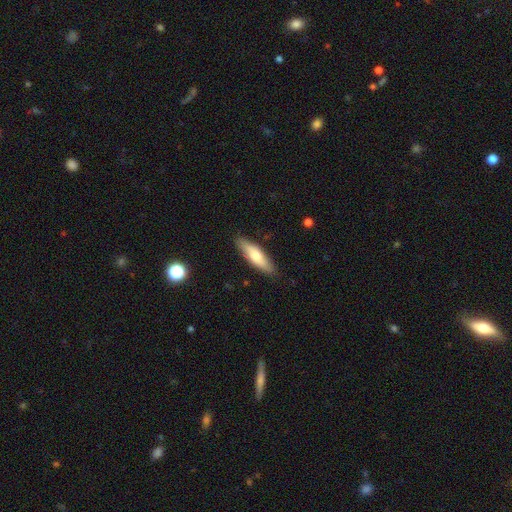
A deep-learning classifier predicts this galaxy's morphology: The model was most divided on "how rounded": cigar-shaped: 62%, in between: 37%, round: 2%. More confident: merging — none (87%); smooth or featured — smooth (67%).